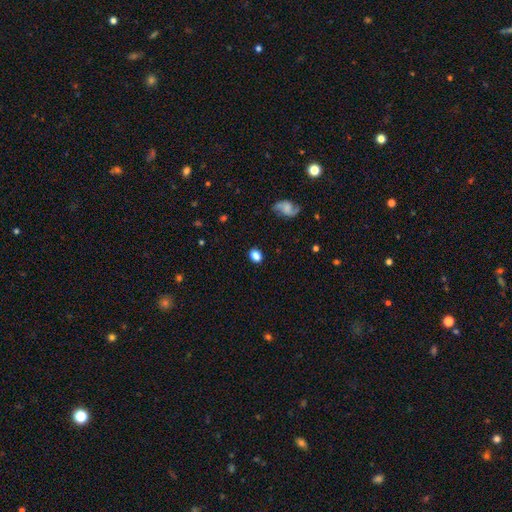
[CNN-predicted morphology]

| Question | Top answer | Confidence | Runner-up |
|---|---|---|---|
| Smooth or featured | smooth | 80% | featured or disk (11%) |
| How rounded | in between | 64% | round (35%) |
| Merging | none | 83% | minor disturbance (12%) |